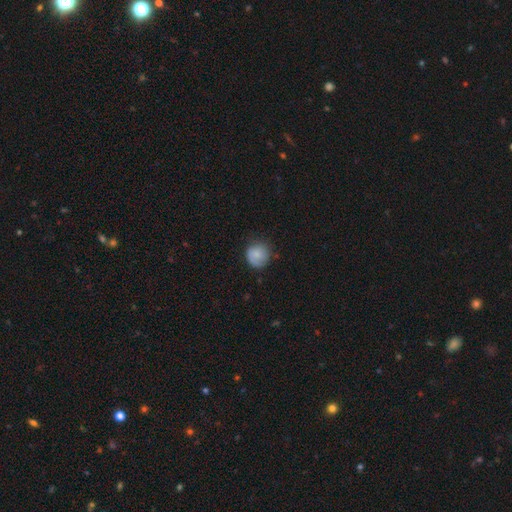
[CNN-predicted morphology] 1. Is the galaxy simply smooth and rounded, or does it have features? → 79% smooth, 14% featured or disk, 7% star or artifact.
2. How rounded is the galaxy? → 88% round, 11% in between, 1% cigar-shaped.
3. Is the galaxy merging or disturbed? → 71% none, 22% minor disturbance, 6% major disturbance, 1% merger.